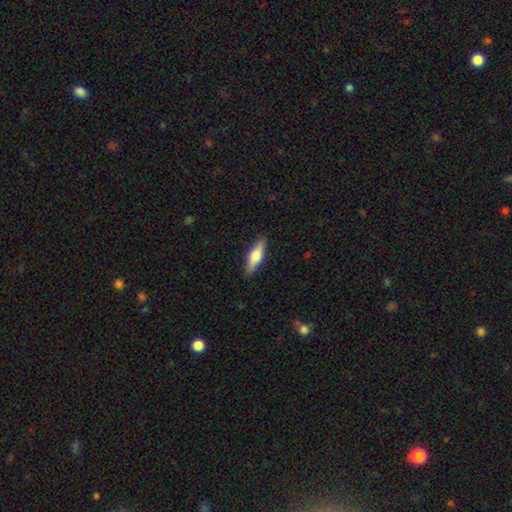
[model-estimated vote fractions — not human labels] A smooth galaxy with no disk features (56%) that is cigar-shaped (60%).

Vote fractions:
- Smooth or featured? smooth: 56% / featured or disk: 38% / star or artifact: 6%
- How rounded? cigar-shaped: 60% / in between: 38% / round: 2%
- Merging? none: 89% / minor disturbance: 8% / major disturbance: 2% / merger: 1%